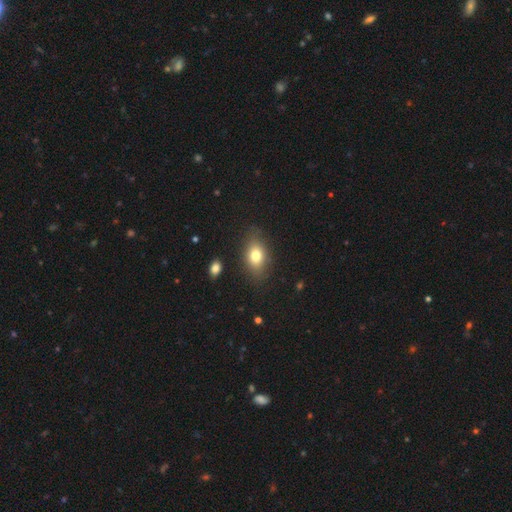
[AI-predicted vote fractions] Overall: smooth (76%). How rounded: in between (80%). Merging: none (80%).